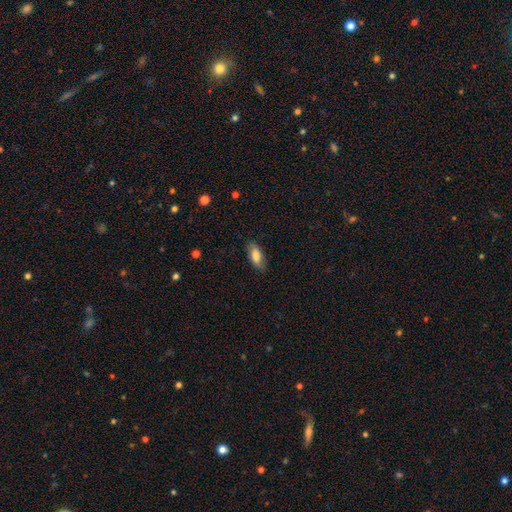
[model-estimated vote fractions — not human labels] Overall: smooth (77%). How rounded: in between (84%). Merging: none (80%).